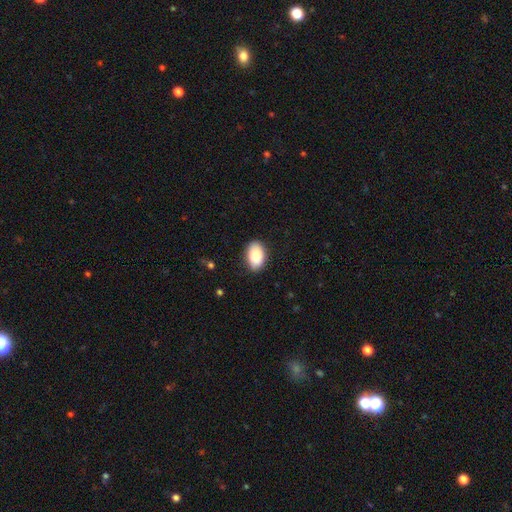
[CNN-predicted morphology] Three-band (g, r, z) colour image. It shows a smooth galaxy with no disk features (88%) that is in between round and cigar-shaped (92%). Merging: none (86%).